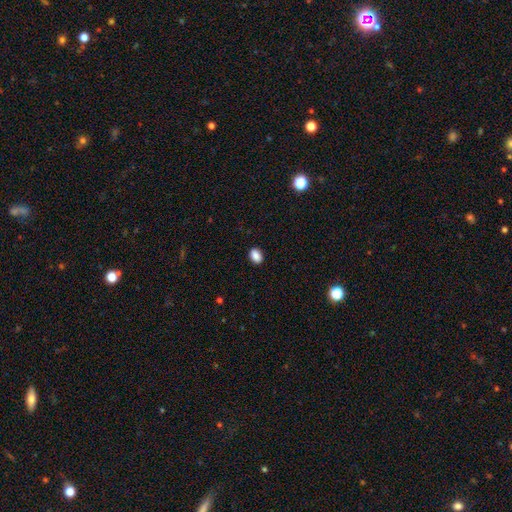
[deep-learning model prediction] A smooth galaxy with no disk features (88%) that is in between round and cigar-shaped (77%).

Vote fractions:
- Smooth or featured? smooth: 88% / star or artifact: 9% / featured or disk: 3%
- How rounded? in between: 77% / round: 21% / cigar-shaped: 1%
- Merging? none: 90% / minor disturbance: 8% / major disturbance: 2% / merger: 1%